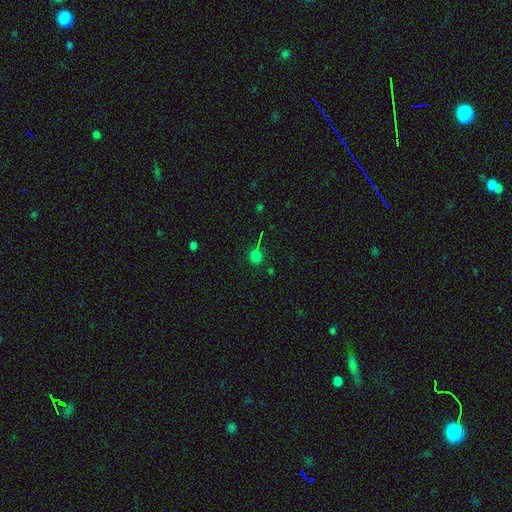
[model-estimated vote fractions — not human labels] Q: Smooth or featured?
A: smooth (66%); runner-up: star or artifact (29%)
Q: How rounded?
A: round (79%); runner-up: in between (19%)
Q: Merging?
A: none (76%); runner-up: minor disturbance (14%)